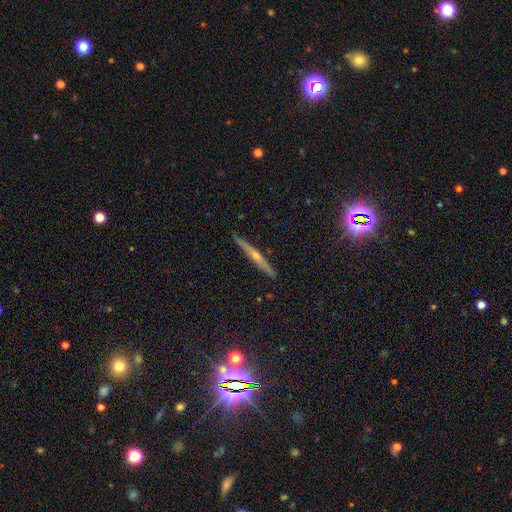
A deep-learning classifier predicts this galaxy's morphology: Smooth or featured?
  - featured or disk: 69% *
  - smooth: 20%
  - star or artifact: 11%
Edge-on disk?
  - yes: 97% *
  - no: 3%
Edge-on bulge?
  - rounded: 77% *
  - none: 18%
  - boxy: 5%
Merging?
  - none: 91% *
  - minor disturbance: 7%
  - major disturbance: 1%
  - merger: 1%